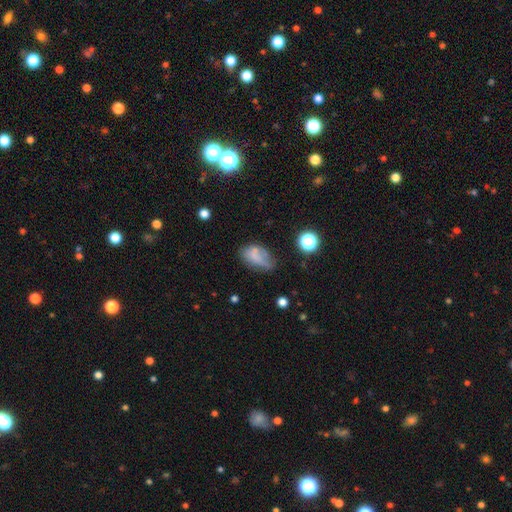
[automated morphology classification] type=smooth (65%); roundness=in between (87%); merging=none (36%).